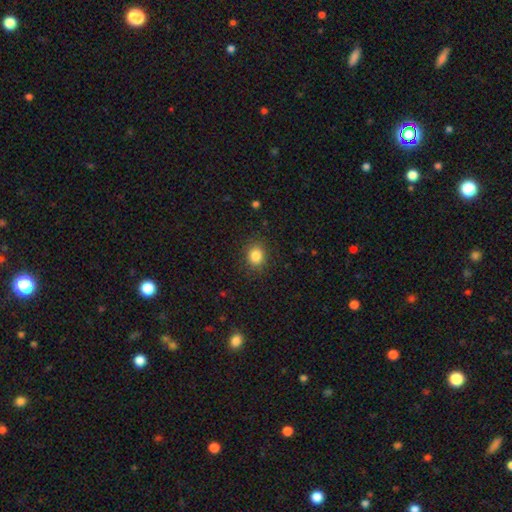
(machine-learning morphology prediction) Overall: smooth (85%). How rounded: round (66%; in between 34%). Merging: none (87%).